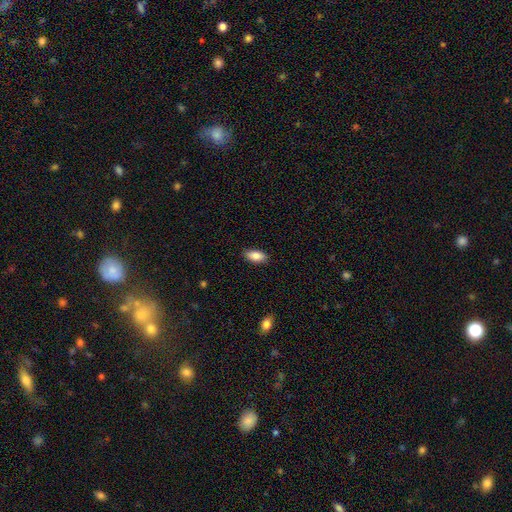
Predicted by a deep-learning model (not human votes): The model was most divided on "smooth or featured": smooth: 86%, featured or disk: 8%, star or artifact: 7%. More confident: how rounded — in between (90%); merging — none (88%).